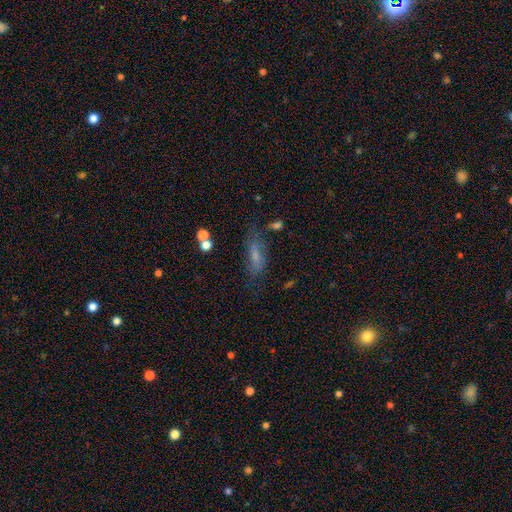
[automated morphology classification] Smooth or featured? Predicted: smooth (p=0.50). How rounded? Predicted: in between (p=0.58). Merging? Predicted: none (p=0.62).